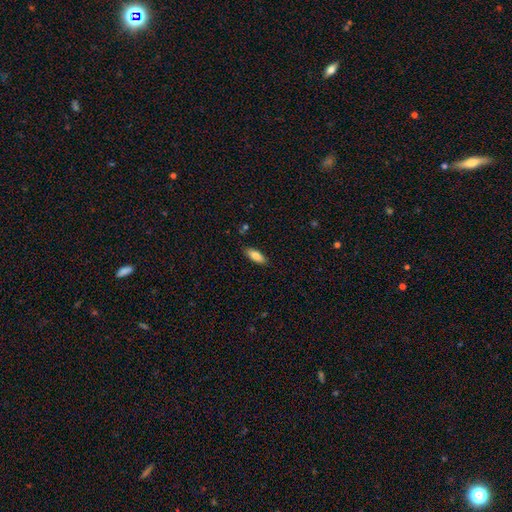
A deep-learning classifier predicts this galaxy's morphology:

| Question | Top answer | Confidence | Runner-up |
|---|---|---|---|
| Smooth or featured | smooth | 81% | featured or disk (13%) |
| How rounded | in between | 74% | cigar-shaped (24%) |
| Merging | none | 87% | minor disturbance (10%) |